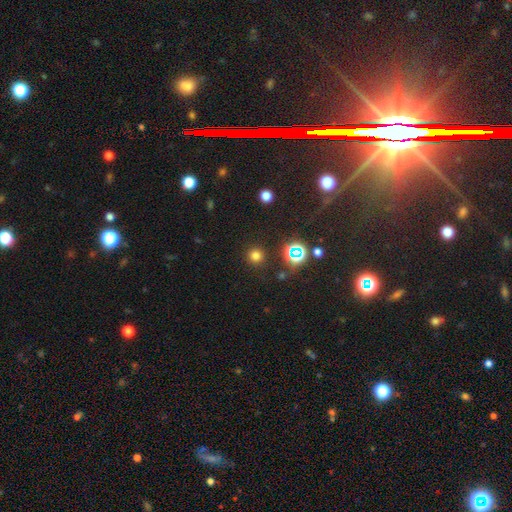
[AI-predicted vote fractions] The model was most divided on "smooth or featured": smooth: 73%, star or artifact: 22%, featured or disk: 5%. More confident: how rounded — round (95%); merging — none (90%).